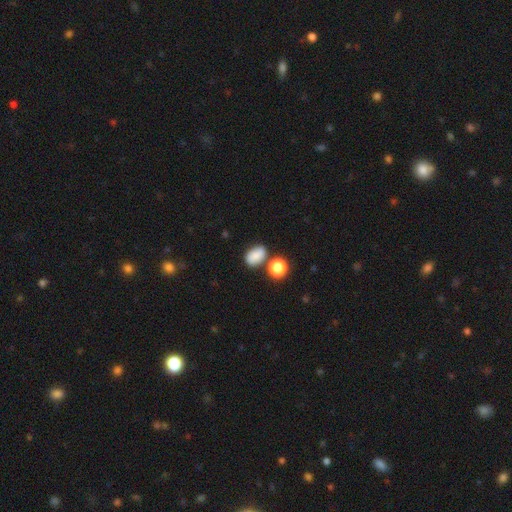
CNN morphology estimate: Overall: smooth (83%). How rounded: in between (81%). Merging: none (67%).